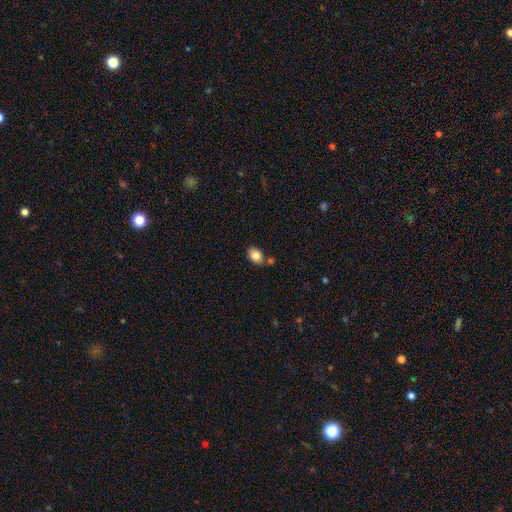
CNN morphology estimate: smooth-or-featured: smooth: 83% | featured or disk: 9% | star or artifact: 8%
  how-rounded: in between: 81% | round: 18% | cigar-shaped: 1%
  merging: none: 68% | minor disturbance: 15% | merger: 14% | major disturbance: 3%